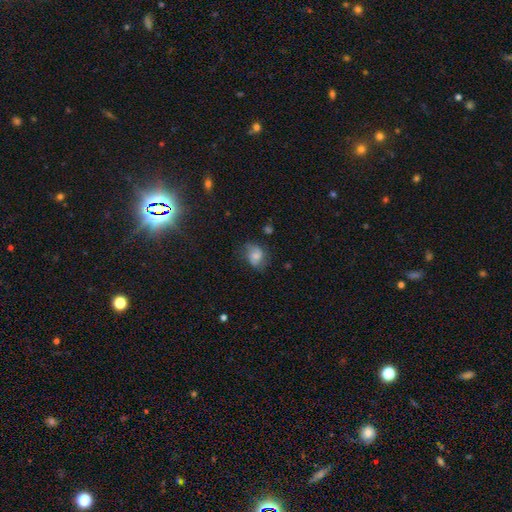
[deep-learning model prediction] Smooth or featured: smooth — 61% (featured or disk — 29%)
How rounded: in between — 62% (round — 37%)
Merging: none — 60% (minor disturbance — 27%)